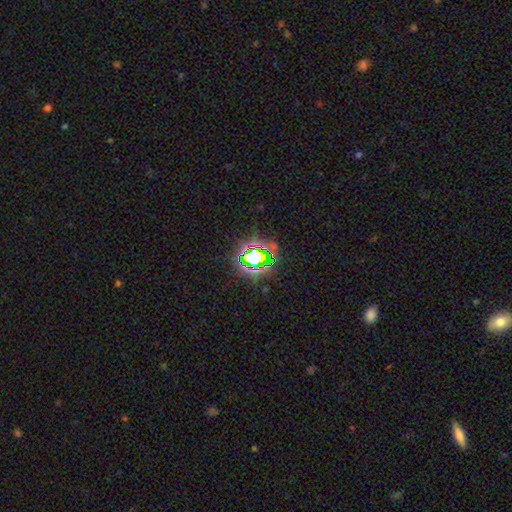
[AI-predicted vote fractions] This appears to be a star or artifact, not a galaxy (74%).